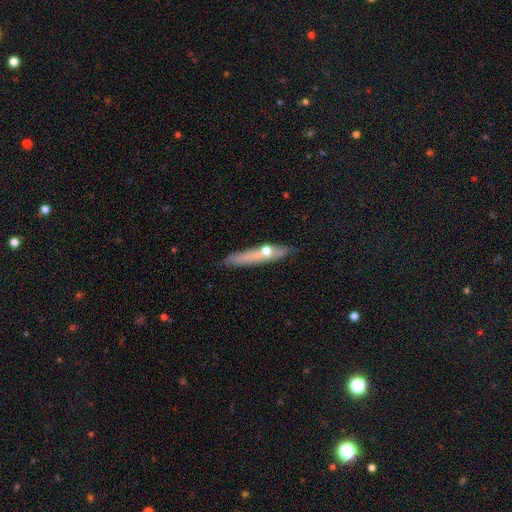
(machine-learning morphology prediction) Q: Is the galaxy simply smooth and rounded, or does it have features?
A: featured or disk — 47%.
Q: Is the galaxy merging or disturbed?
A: none — 75%.